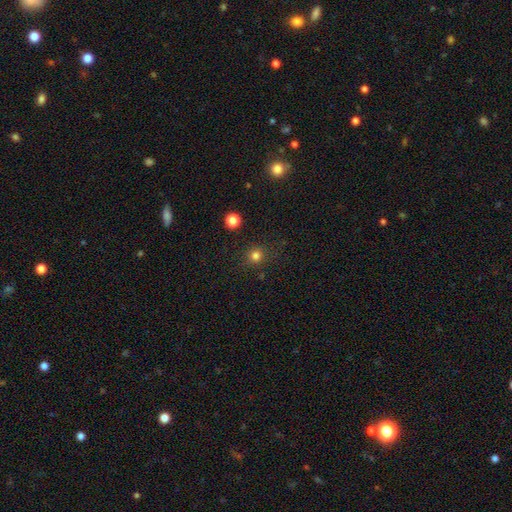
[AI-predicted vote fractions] This appears to be a smooth galaxy with no disk features (80%) that is round (91%). Merging: none (86%).